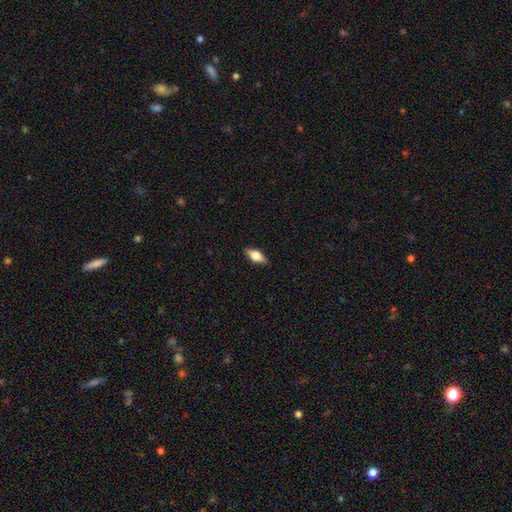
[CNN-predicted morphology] smooth 53%, featured or disk 40%, star or artifact 7%. Down the decision tree: how rounded — in between (77%); merging — none (87%).